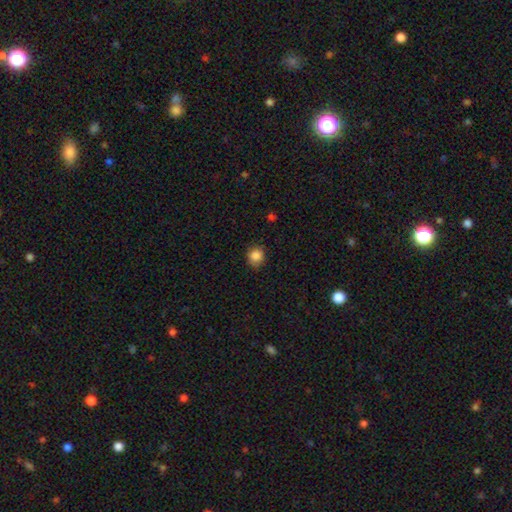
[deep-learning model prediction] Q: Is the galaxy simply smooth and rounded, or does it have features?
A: smooth — 86%.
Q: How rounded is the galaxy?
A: round — 78%.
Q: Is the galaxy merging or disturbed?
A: none — 81%.